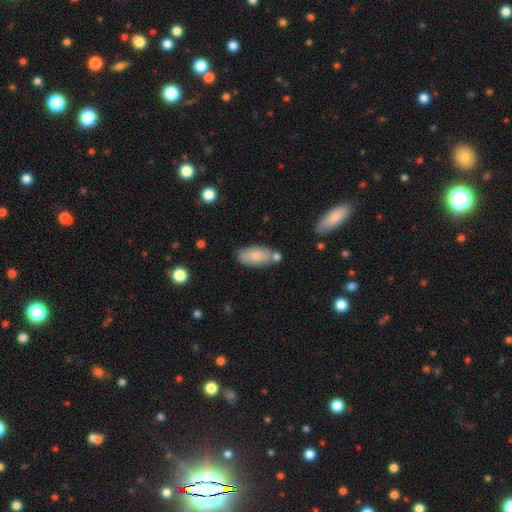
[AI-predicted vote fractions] This is likely a smooth galaxy (80%). How rounded: clearly in between (91%). Merging: likely none (68%).